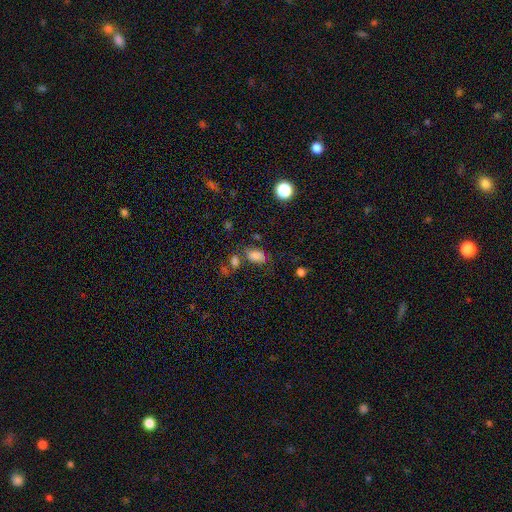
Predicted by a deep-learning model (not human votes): smooth_or_featured: smooth (p=0.79) [alt: star or artifact p=0.13]
how_rounded: in between (p=0.88) [alt: round p=0.10]
merging: none (p=0.58) [alt: minor disturbance p=0.21]